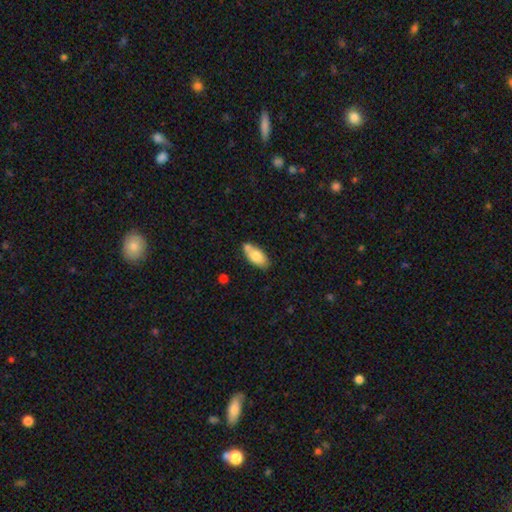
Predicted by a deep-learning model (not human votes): The model was most divided on "merging": none: 59%, minor disturbance: 19%, merger: 18%, major disturbance: 4%. More confident: how rounded — in between (88%); smooth or featured — smooth (77%).